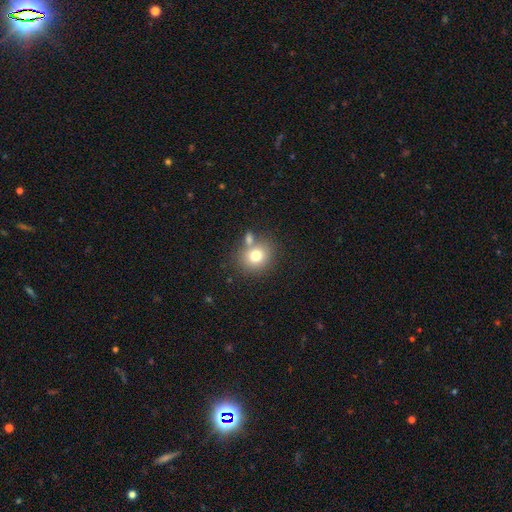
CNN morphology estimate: Q: Smooth or featured?
A: smooth (76%); runner-up: featured or disk (13%)
Q: How rounded?
A: round (73%); runner-up: in between (26%)
Q: Merging?
A: none (63%); runner-up: merger (22%)